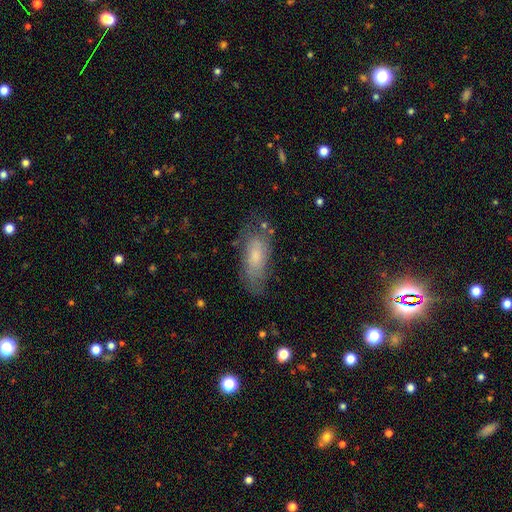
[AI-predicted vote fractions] smooth 62%, featured or disk 31%, star or artifact 8%. Down the decision tree: how rounded — in between (77%); merging — none (62%).